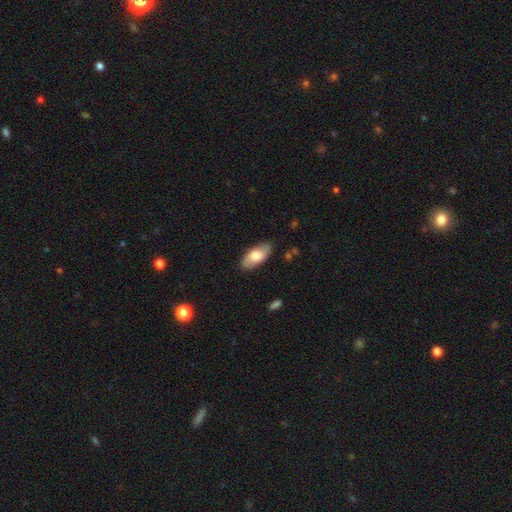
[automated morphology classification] smooth-or-featured: smooth: 60% | featured or disk: 34% | star or artifact: 6%
  how-rounded: in between: 89% | cigar-shaped: 8% | round: 3%
  merging: none: 85% | minor disturbance: 11% | major disturbance: 3% | merger: 1%